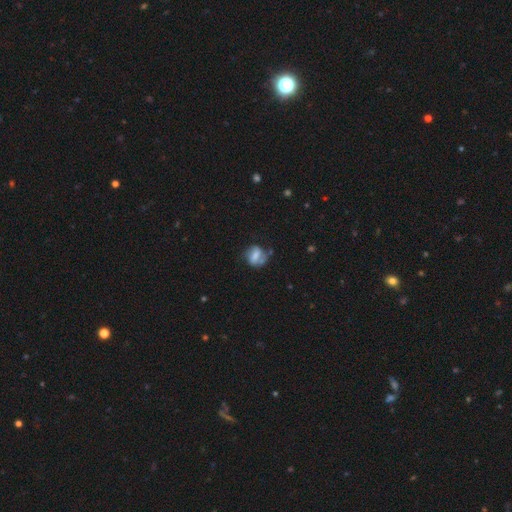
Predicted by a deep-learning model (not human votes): Smooth or featured?
  - featured or disk: 47% *
  - smooth: 45%
  - star or artifact: 9%
Merging?
  - none: 50% *
  - minor disturbance: 26%
  - major disturbance: 17%
  - merger: 8%